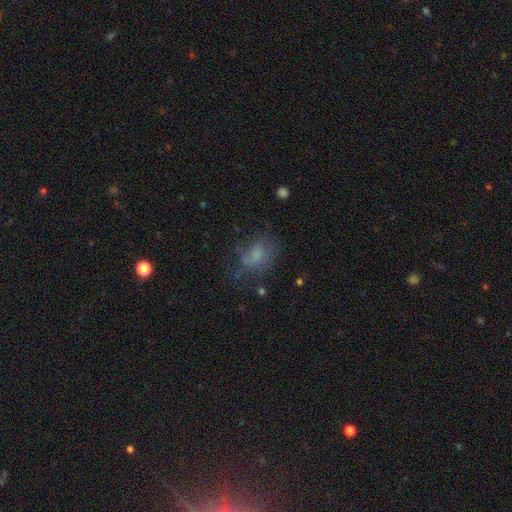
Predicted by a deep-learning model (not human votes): smooth-or-featured: smooth: 58% | featured or disk: 27% | star or artifact: 15%
  how-rounded: in between: 65% | round: 33% | cigar-shaped: 2%
  merging: none: 46% | minor disturbance: 25% | major disturbance: 25% | merger: 4%